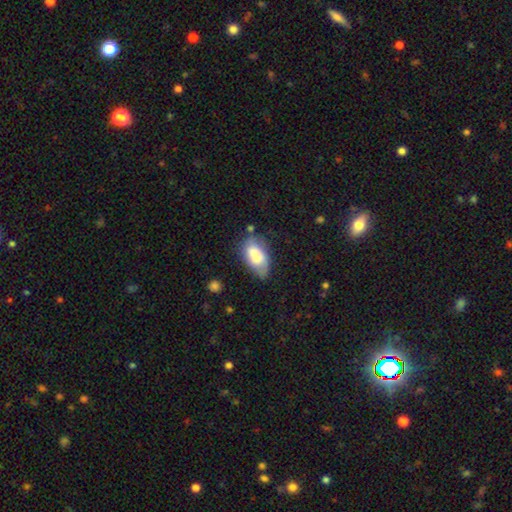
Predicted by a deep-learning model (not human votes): Overall: smooth (72%). How rounded: in between (93%). Merging: none (51%; minor disturbance 31%).